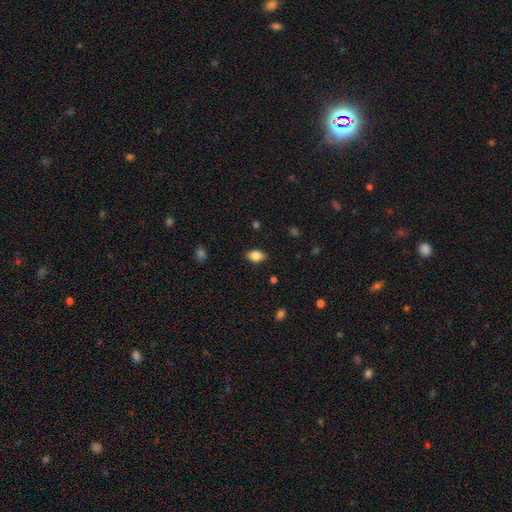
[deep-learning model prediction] Overall: smooth (86%). How rounded: in between (86%). Merging: none (86%).